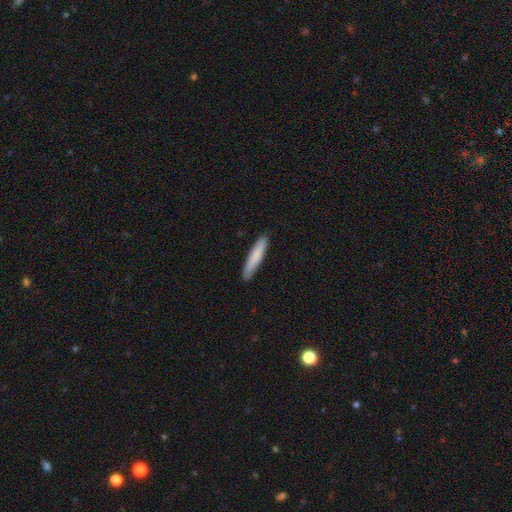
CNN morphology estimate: Smooth or featured: smooth — 81% (featured or disk — 14%)
How rounded: cigar-shaped — 91% (in between — 8%)
Merging: none — 90% (minor disturbance — 8%)